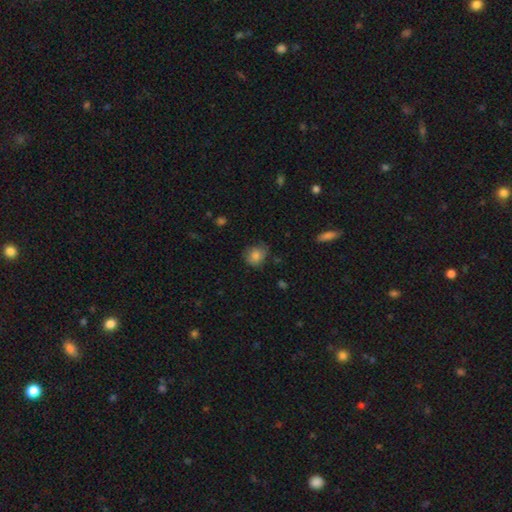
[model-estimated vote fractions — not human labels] Q: Smooth or featured?
A: smooth (81%); runner-up: featured or disk (10%)
Q: How rounded?
A: round (68%); runner-up: in between (31%)
Q: Merging?
A: none (64%); runner-up: minor disturbance (27%)